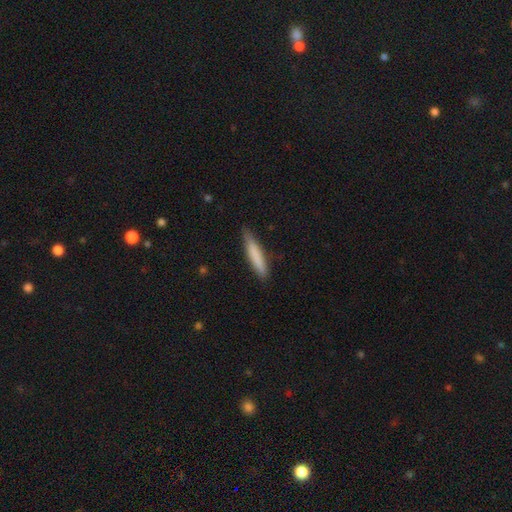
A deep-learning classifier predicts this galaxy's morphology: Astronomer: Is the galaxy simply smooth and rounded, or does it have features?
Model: smooth — 78%.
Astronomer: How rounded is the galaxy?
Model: cigar-shaped — 90%.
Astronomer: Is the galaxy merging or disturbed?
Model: none — 82%.